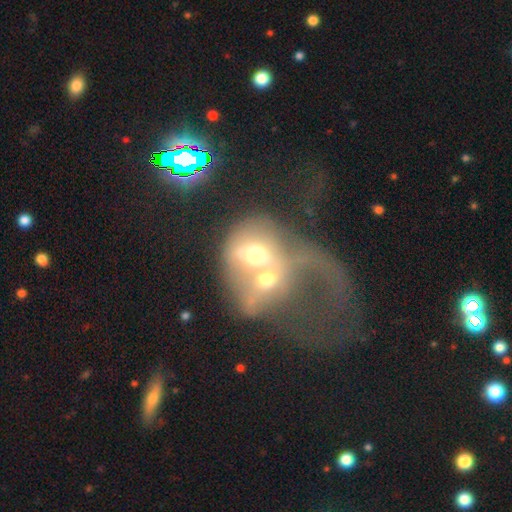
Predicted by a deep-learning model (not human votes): featured or disk 47%, smooth 40%, star or artifact 13%. Down the decision tree: merging — merger (71%).